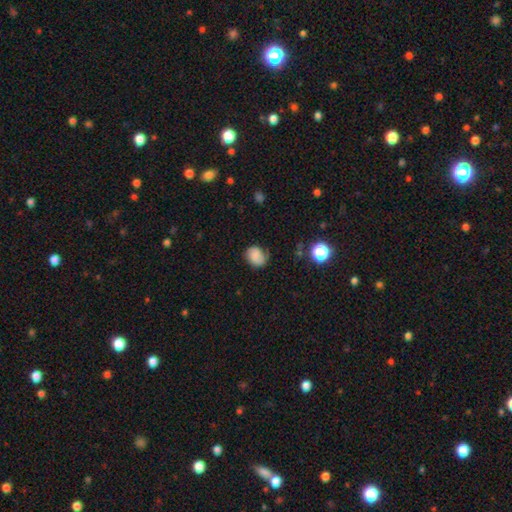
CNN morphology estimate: type=smooth (74%); roundness=round (56%); merging=none (62%).